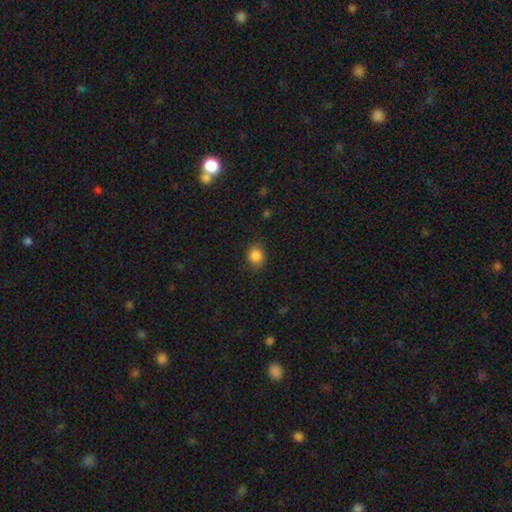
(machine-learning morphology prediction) A smooth galaxy with no disk features (86%) that is round (77%). Merging: none (86%).